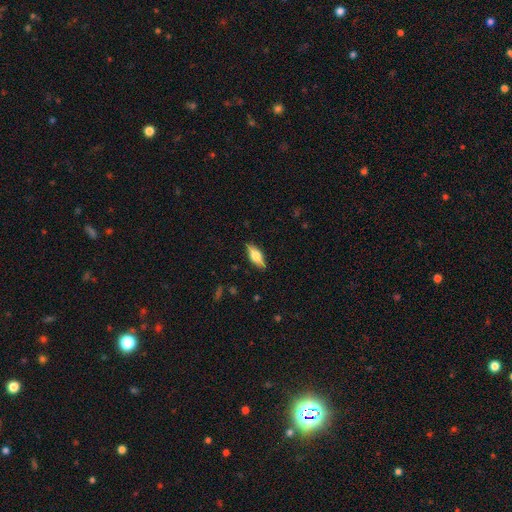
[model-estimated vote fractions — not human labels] smooth_or_featured: smooth (p=0.50) [alt: featured or disk p=0.44]
merging: none (p=0.87) [alt: minor disturbance p=0.10]